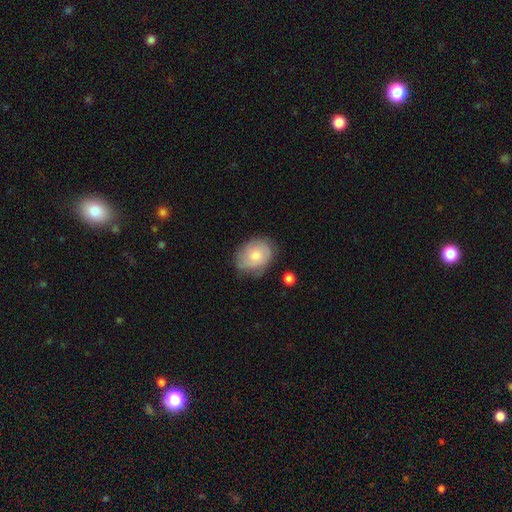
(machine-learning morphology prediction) Overall: smooth (61%; featured or disk 31%). How rounded: in between (56%; round 43%). Merging: none (63%; minor disturbance 27%).